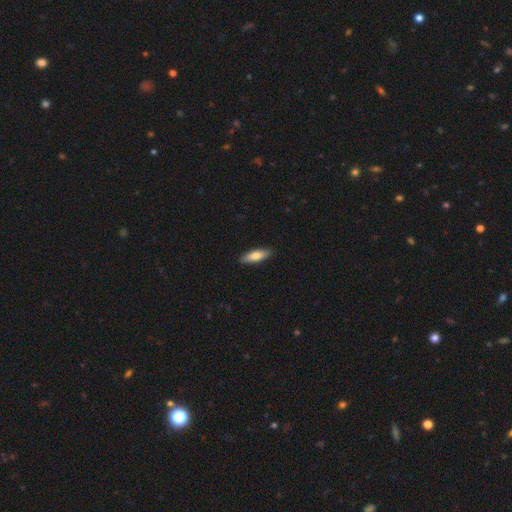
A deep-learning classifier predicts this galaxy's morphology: A smooth galaxy with no disk features (75%) that is in between round and cigar-shaped (50%). Merging: none (89%).